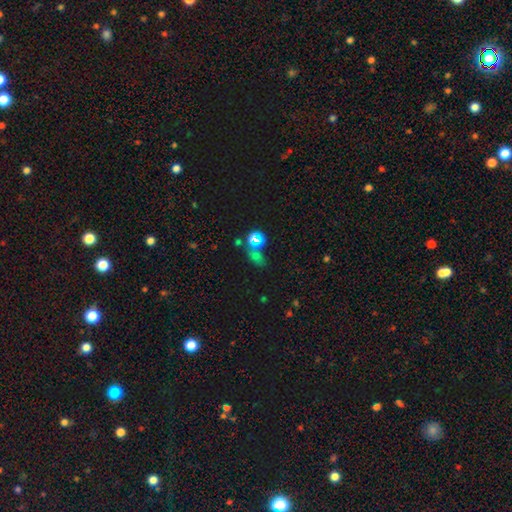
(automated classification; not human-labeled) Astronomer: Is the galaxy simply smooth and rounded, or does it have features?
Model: star or artifact — 47% (runner-up: smooth, 43%).